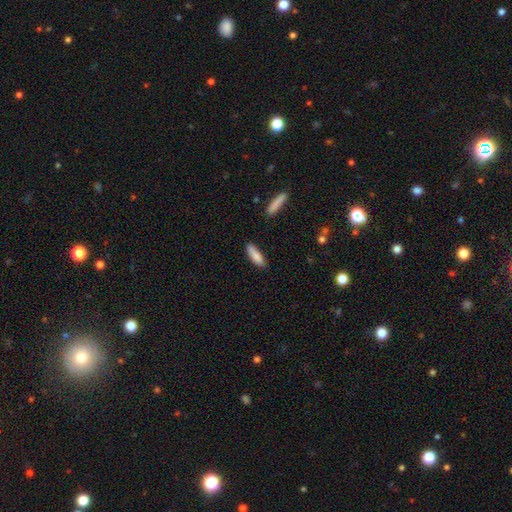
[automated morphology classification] A smooth galaxy with no disk features (84%) that is cigar-shaped (61%). Merging: none (79%).